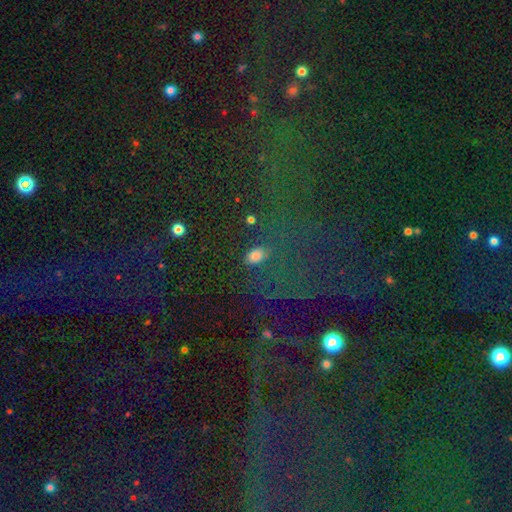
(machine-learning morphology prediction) Smooth or featured?
  - smooth: 72% *
  - star or artifact: 21%
  - featured or disk: 7%
How rounded?
  - in between: 83% *
  - round: 14%
  - cigar-shaped: 3%
Merging?
  - none: 76% *
  - minor disturbance: 14%
  - major disturbance: 6%
  - merger: 4%